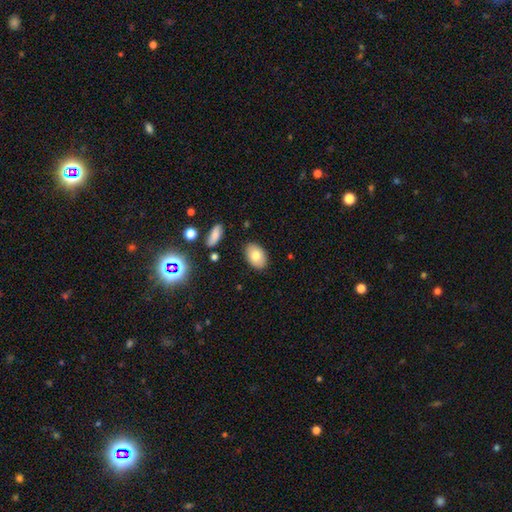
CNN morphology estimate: smooth_or_featured: smooth (p=0.77) [alt: featured or disk p=0.15]
how_rounded: in between (p=0.89) [alt: round p=0.10]
merging: none (p=0.87) [alt: minor disturbance p=0.09]